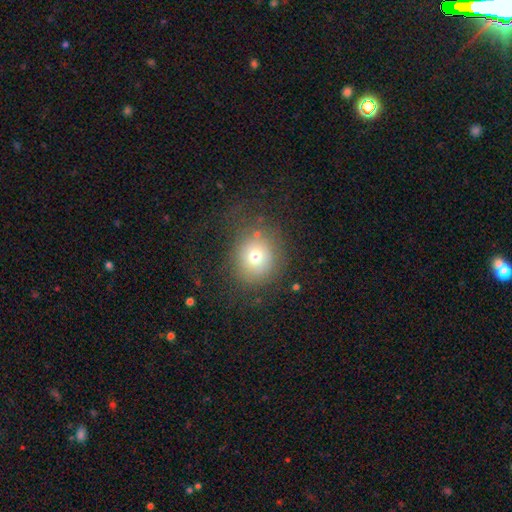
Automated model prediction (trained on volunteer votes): Smooth or featured: smooth — 67% (featured or disk — 17%)
How rounded: round — 85% (in between — 14%)
Merging: none — 68% (minor disturbance — 16%)